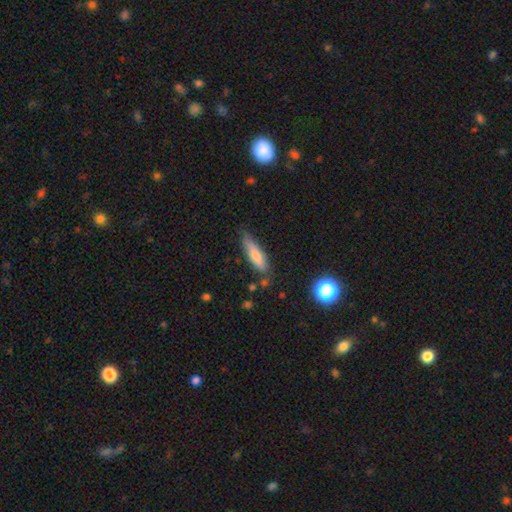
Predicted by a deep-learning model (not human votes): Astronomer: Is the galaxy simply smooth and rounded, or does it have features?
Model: smooth — 67%.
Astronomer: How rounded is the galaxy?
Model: cigar-shaped — 75%.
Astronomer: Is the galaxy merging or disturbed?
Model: none — 75%.